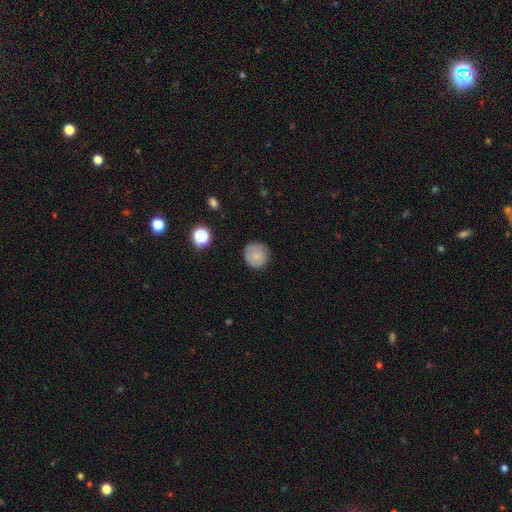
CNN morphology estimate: This is likely a smooth galaxy (79%). How rounded: clearly round (94%). Merging: clearly none (83%).